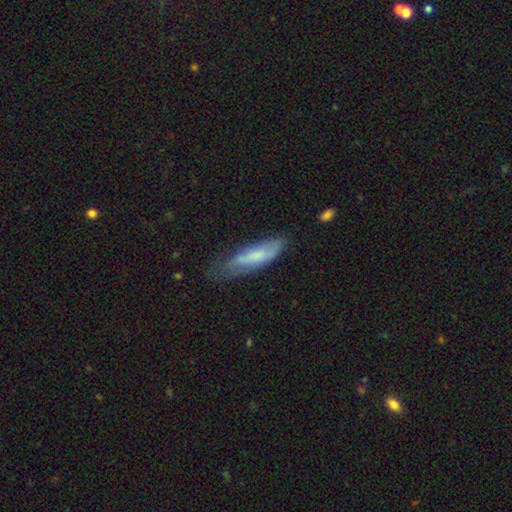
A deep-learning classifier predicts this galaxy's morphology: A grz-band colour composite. It shows a smooth galaxy with no disk features (66%) that is cigar-shaped (62%). Merging: none (48%).